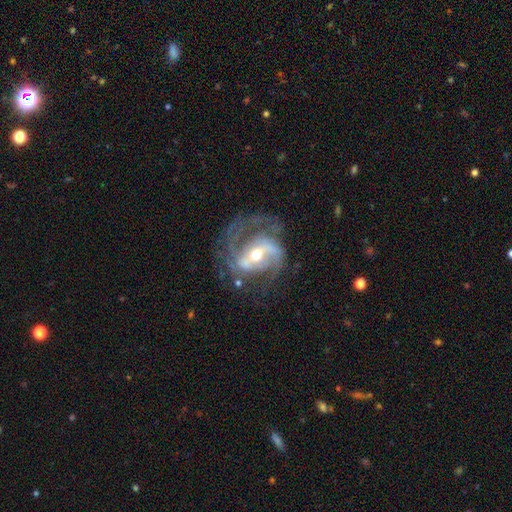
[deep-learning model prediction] smooth_or_featured: featured or disk (p=0.89) [alt: smooth p=0.06]
disk_edge_on: no (p=0.97) [alt: yes p=0.03]
bar: strong (p=0.51) [alt: weak p=0.34]
has_spiral_arms: yes (p=0.95) [alt: no p=0.05]
spiral_winding: medium (p=0.52) [alt: loose p=0.27]
spiral_arm_count: 2 (p=0.76) [alt: 3 p=0.08]
bulge_size: moderate (p=0.59) [alt: small p=0.36]
merging: none (p=0.62) [alt: minor disturbance p=0.18]